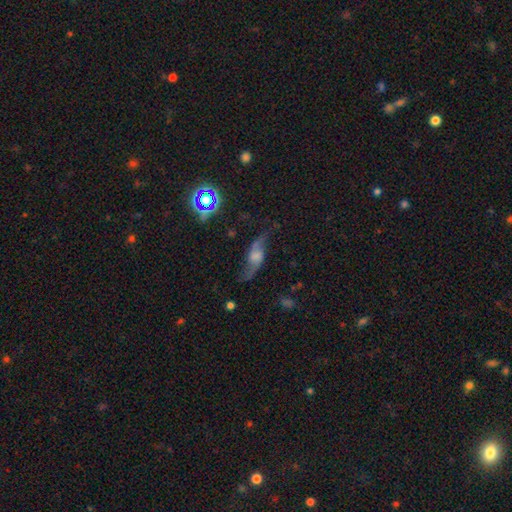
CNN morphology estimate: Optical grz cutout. It shows a featured or disk galaxy (72%) with no bar (52%), 2 (91%) loose (85%) spiral arms (91%) and a moderate central bulge (30%). Merging: none (64%).